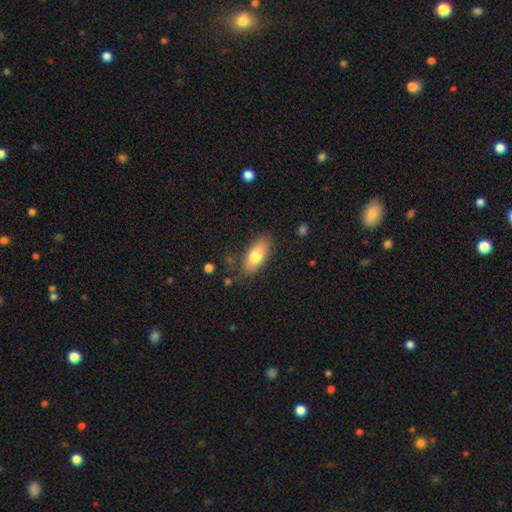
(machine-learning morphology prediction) Smooth or featured? Predicted: smooth (p=0.76). How rounded? Predicted: in between (p=0.83). Merging? Predicted: none (p=0.79).